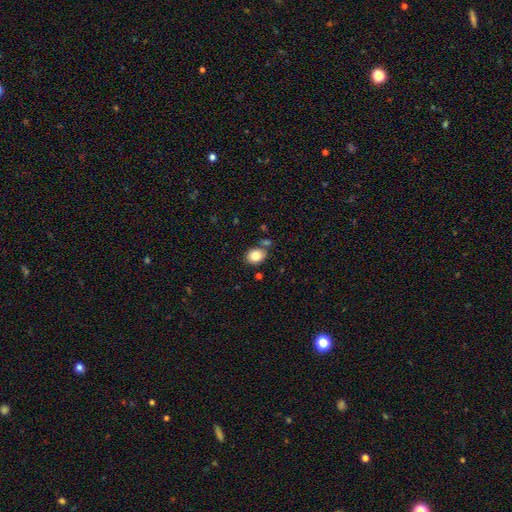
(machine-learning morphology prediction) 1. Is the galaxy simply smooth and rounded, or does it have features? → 84% smooth, 9% star or artifact, 7% featured or disk.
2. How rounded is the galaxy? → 53% in between, 46% round, 1% cigar-shaped.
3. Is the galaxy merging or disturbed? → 73% none, 13% minor disturbance, 11% merger, 3% major disturbance.